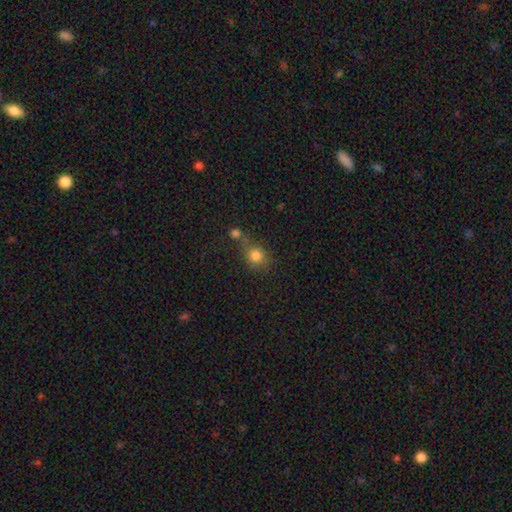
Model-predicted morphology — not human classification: This appears to be a smooth galaxy with no disk features (80%) that is round (79%). Merging: none (53%).